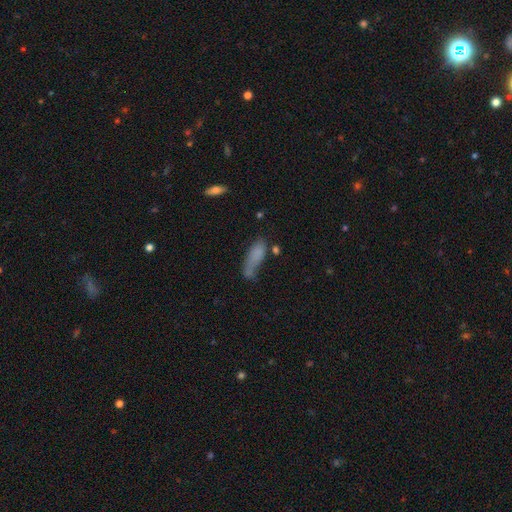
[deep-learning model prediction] This is likely a smooth galaxy (75%). How rounded: possibly in between (59%). Merging: marginally none (39%).